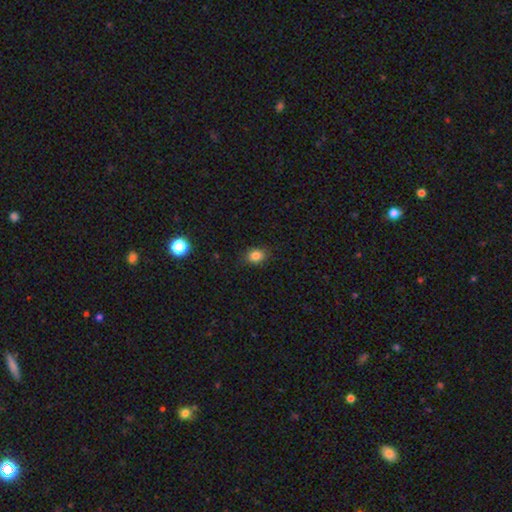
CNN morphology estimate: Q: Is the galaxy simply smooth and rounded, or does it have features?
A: smooth — 82%.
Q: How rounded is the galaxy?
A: round — 52%.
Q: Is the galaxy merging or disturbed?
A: none — 85%.